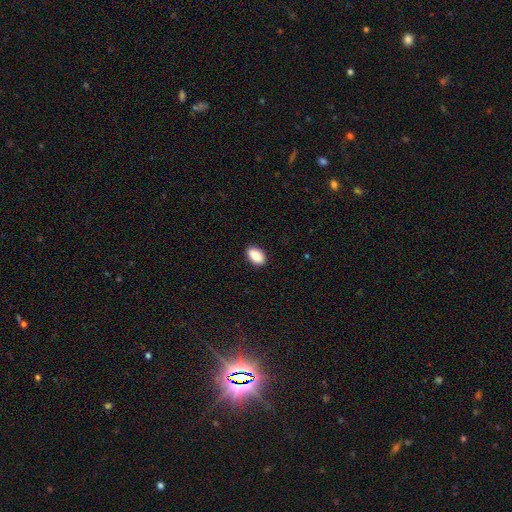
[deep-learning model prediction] Smooth or featured? Predicted: smooth (p=0.90). How rounded? Predicted: in between (p=0.92). Merging? Predicted: none (p=0.90).